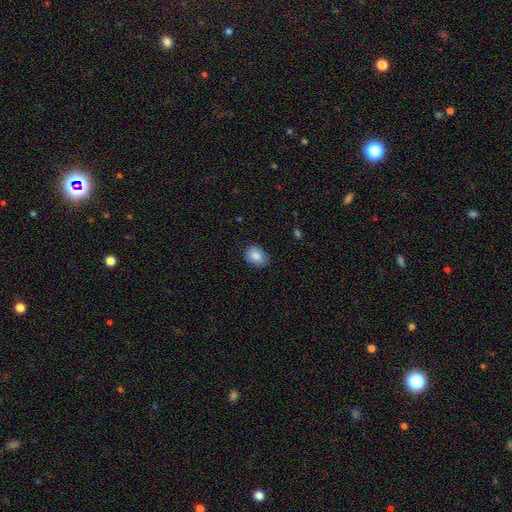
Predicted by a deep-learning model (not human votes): Smooth or featured?
  - smooth: 86% *
  - star or artifact: 8%
  - featured or disk: 6%
How rounded?
  - in between: 68% *
  - round: 31%
  - cigar-shaped: 1%
Merging?
  - none: 83% *
  - minor disturbance: 13%
  - major disturbance: 3%
  - merger: 1%